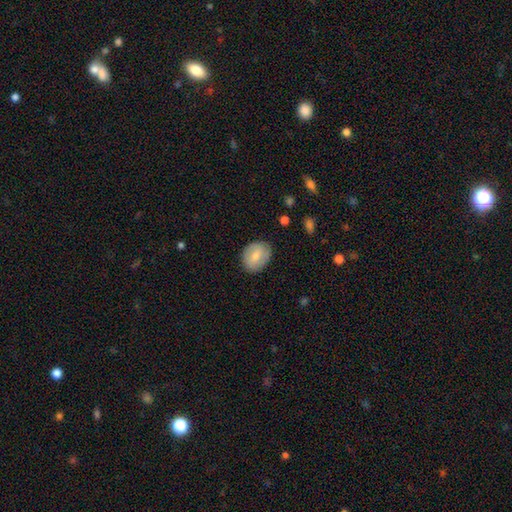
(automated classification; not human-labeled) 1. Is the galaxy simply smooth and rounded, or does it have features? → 67% smooth, 27% featured or disk, 7% star or artifact.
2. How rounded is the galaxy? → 55% in between, 44% round, 1% cigar-shaped.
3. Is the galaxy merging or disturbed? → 82% none, 14% minor disturbance, 3% major disturbance, 1% merger.